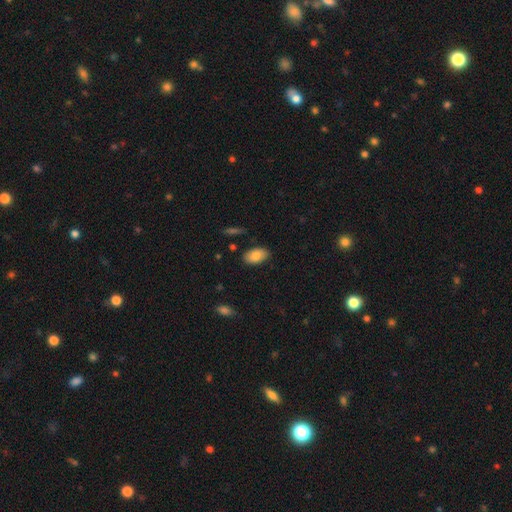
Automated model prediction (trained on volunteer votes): Smooth or featured? Predicted: smooth (p=0.86). How rounded? Predicted: in between (p=0.94). Merging? Predicted: none (p=0.86).